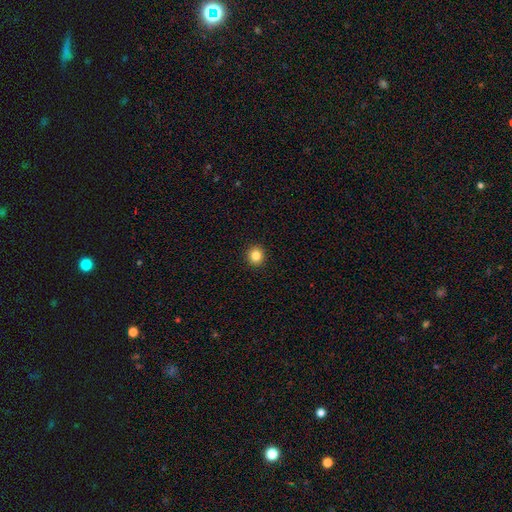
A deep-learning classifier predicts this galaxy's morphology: smooth 84%, star or artifact 11%, featured or disk 5%. Down the decision tree: how rounded — round (91%); merging — none (93%).